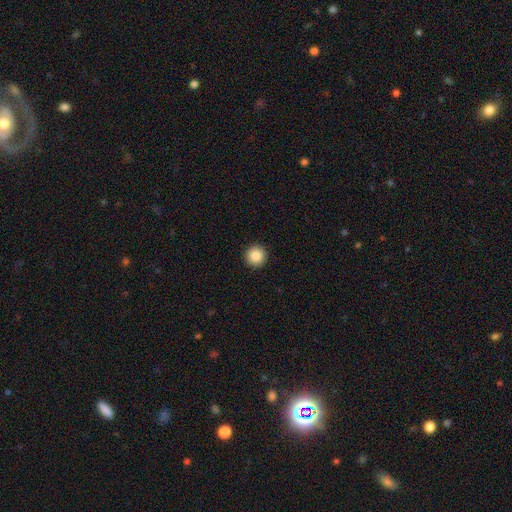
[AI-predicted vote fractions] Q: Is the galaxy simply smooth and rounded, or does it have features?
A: smooth — 87%.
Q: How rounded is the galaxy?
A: round — 96%.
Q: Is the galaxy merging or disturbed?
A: none — 93%.